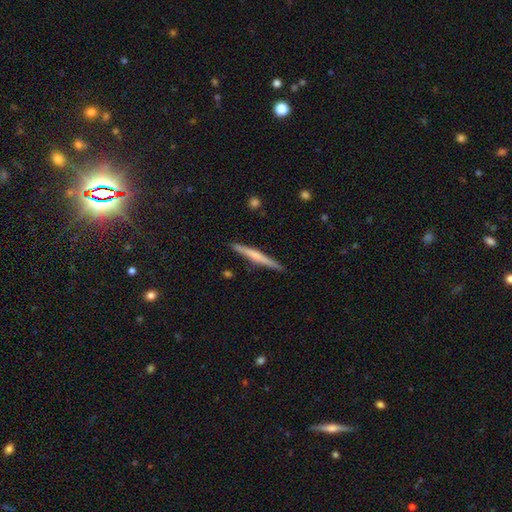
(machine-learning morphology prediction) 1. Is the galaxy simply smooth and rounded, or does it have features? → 52% featured or disk, 42% smooth, 6% star or artifact.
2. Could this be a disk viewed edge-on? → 97% yes, 3% no.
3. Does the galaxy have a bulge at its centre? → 47% rounded, 42% none, 10% boxy.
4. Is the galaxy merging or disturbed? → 90% none, 7% minor disturbance, 1% major disturbance, 1% merger.